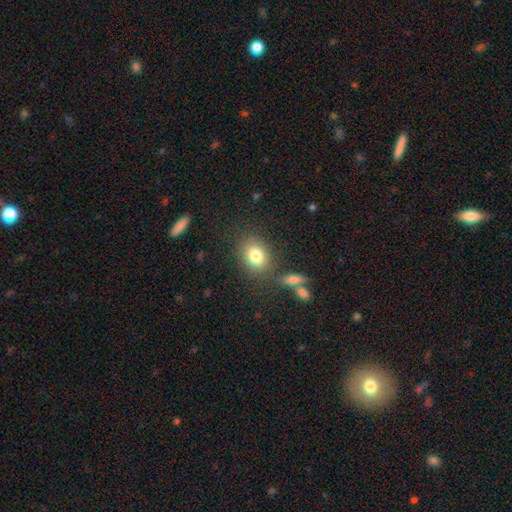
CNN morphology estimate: This appears to be a smooth galaxy with no disk features (80%) that is in between round and cigar-shaped (53%). Merging: none (78%).